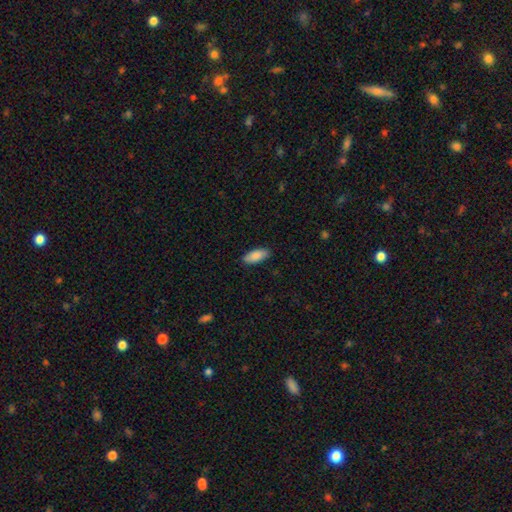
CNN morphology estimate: smooth 88%, featured or disk 6%, star or artifact 6%. Down the decision tree: how rounded — in between (84%); merging — none (88%).